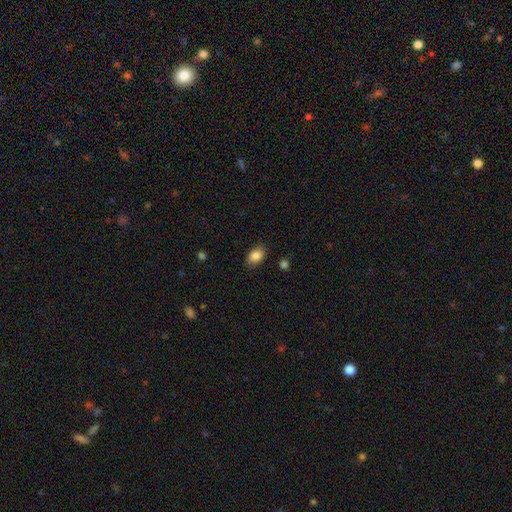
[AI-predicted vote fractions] Smooth or featured? Predicted: smooth (p=0.86). How rounded? Predicted: in between (p=0.79). Merging? Predicted: none (p=0.84).